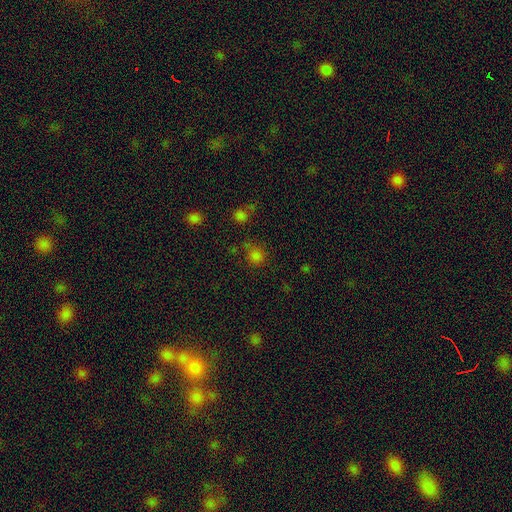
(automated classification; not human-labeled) Smooth or featured? smooth (72%)
How rounded? round (84%)
Merging? none (65%)